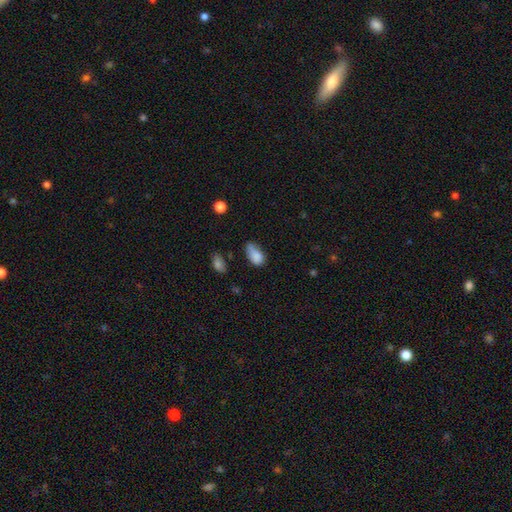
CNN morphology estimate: Smooth or featured? smooth (83%)
How rounded? in between (89%)
Merging? none (40%)